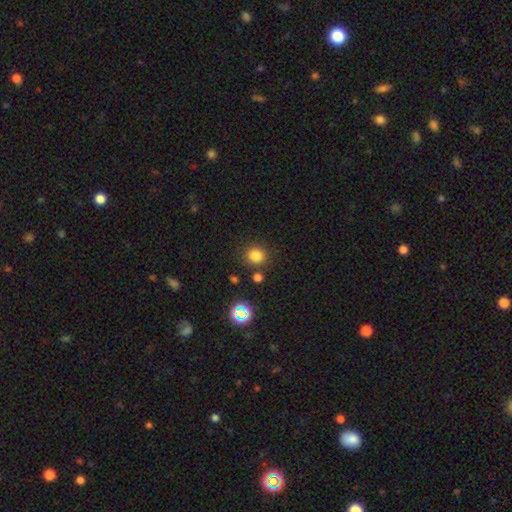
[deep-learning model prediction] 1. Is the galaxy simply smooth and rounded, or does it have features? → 79% smooth, 16% star or artifact, 5% featured or disk.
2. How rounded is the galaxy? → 90% round, 9% in between, 1% cigar-shaped.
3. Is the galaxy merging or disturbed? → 84% none, 8% minor disturbance, 5% merger, 3% major disturbance.